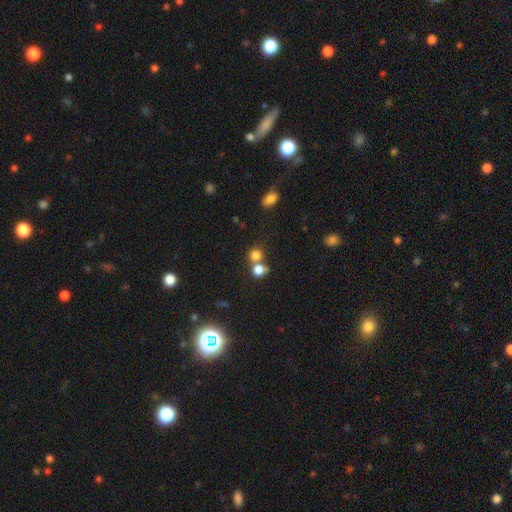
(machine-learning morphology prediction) A smooth galaxy with no disk features (79%) that is round (80%).

Vote fractions:
- Smooth or featured? smooth: 79% / star or artifact: 14% / featured or disk: 7%
- How rounded? round: 80% / in between: 18% / cigar-shaped: 1%
- Merging? none: 48% / merger: 41% / minor disturbance: 7% / major disturbance: 4%